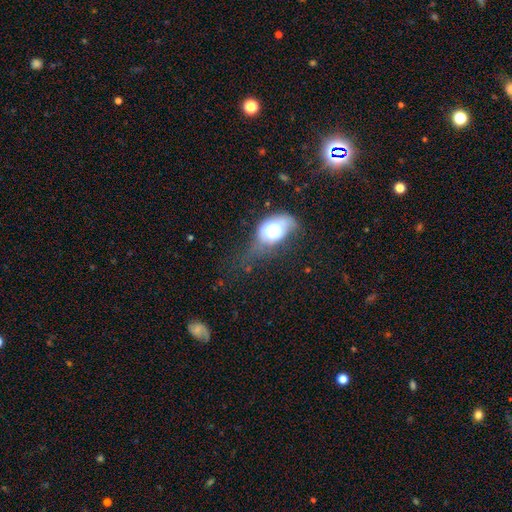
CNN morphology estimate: Smooth or featured?
  - smooth: 47% *
  - featured or disk: 27%
  - star or artifact: 26%
Merging?
  - major disturbance: 35% *
  - none: 34%
  - minor disturbance: 26%
  - merger: 5%